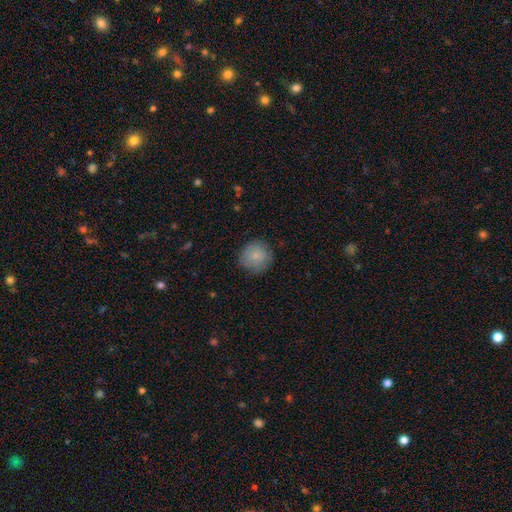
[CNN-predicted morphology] This is clearly a smooth galaxy (83%). How rounded: clearly round (93%). Merging: clearly none (82%).